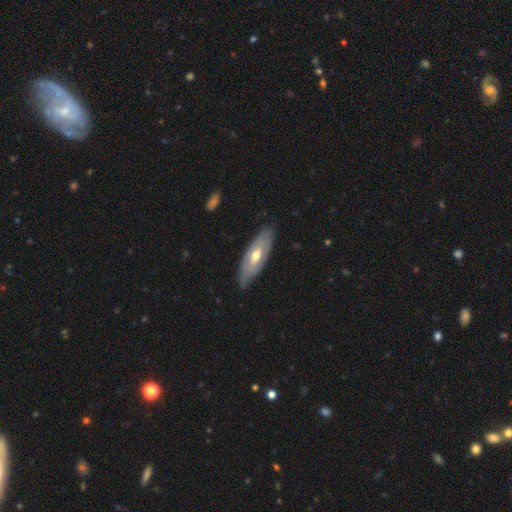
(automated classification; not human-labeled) smooth_or_featured: featured or disk (p=0.59) [alt: smooth p=0.36]
disk_edge_on: no (p=0.70) [alt: yes p=0.30]
merging: none (p=0.74) [alt: minor disturbance p=0.20]